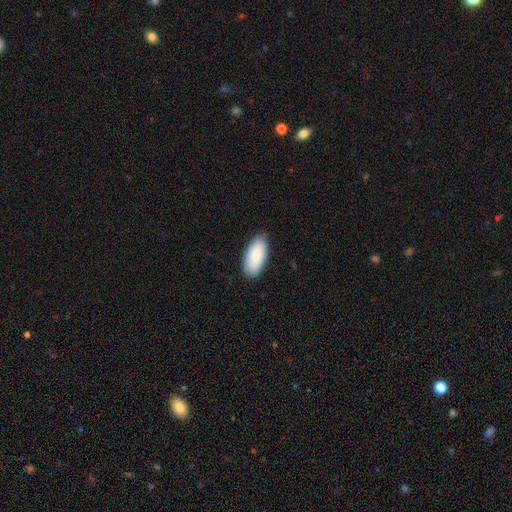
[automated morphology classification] This appears to be a smooth galaxy with no disk features (86%) that is in between round and cigar-shaped (92%). Merging: none (84%).